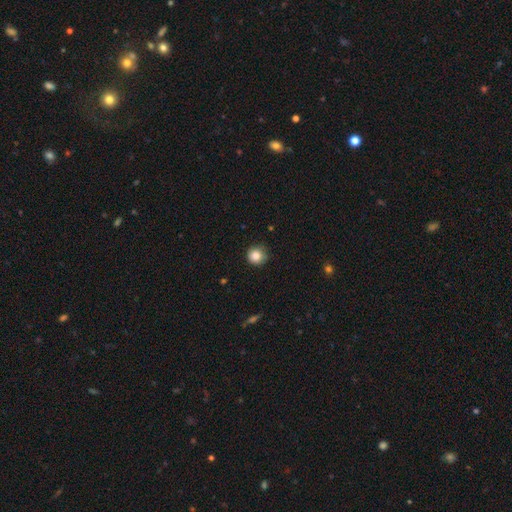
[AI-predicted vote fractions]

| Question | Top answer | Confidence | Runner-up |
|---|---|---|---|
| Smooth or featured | smooth | 83% | star or artifact (11%) |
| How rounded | round | 93% | in between (6%) |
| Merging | none | 83% | minor disturbance (13%) |